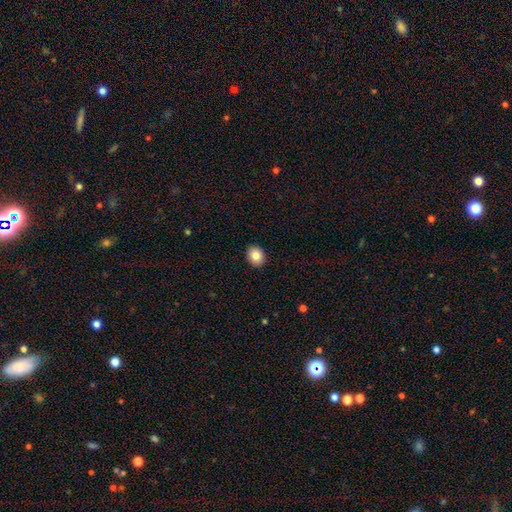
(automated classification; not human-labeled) Smooth or featured: smooth — 85% (star or artifact — 9%)
How rounded: round — 55% (in between — 44%)
Merging: none — 91% (minor disturbance — 6%)